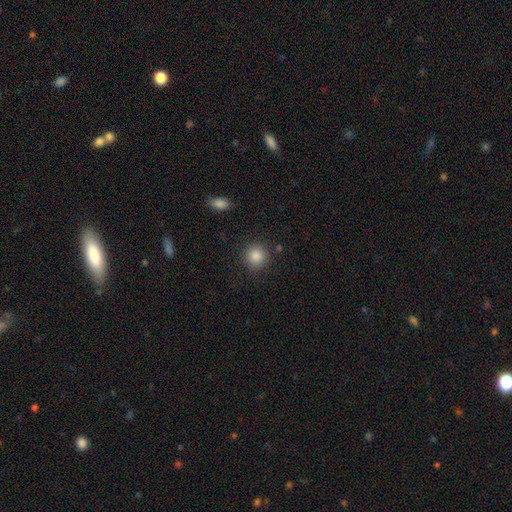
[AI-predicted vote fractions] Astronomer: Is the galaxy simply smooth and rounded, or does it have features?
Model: smooth — 86%.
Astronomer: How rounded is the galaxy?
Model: round — 91%.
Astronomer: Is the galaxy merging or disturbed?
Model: none — 87%.